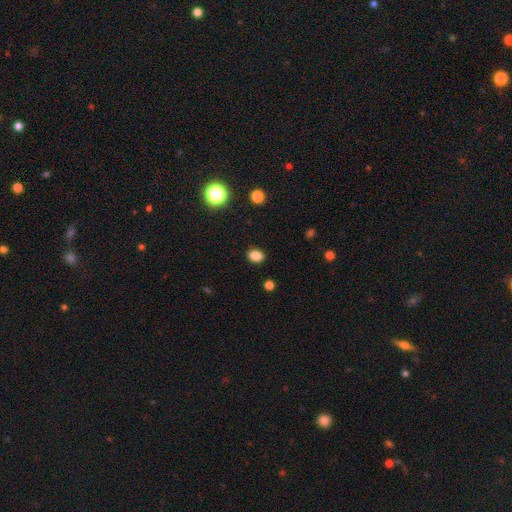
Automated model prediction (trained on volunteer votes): This appears to be a smooth galaxy with no disk features (84%) that is in between round and cigar-shaped (63%). Merging: none (88%).